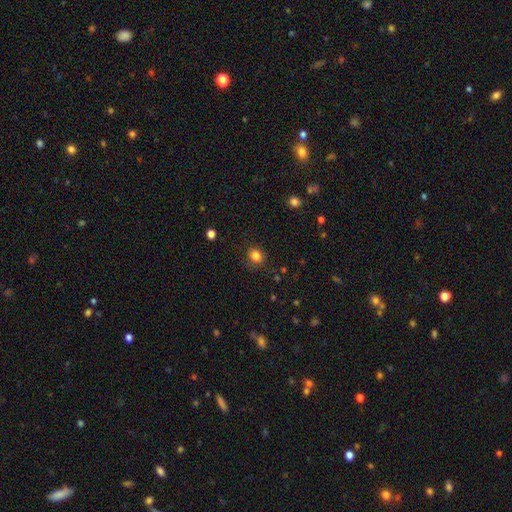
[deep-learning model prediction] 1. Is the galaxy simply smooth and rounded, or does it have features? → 84% smooth, 12% star or artifact, 5% featured or disk.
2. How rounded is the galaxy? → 71% round, 28% in between, 1% cigar-shaped.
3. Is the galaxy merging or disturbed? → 84% none, 11% minor disturbance, 3% major disturbance, 1% merger.